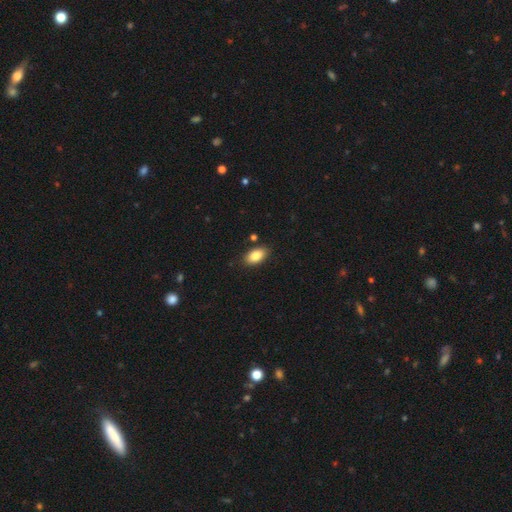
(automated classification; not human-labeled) Smooth or featured? smooth (85%)
How rounded? in between (93%)
Merging? none (85%)